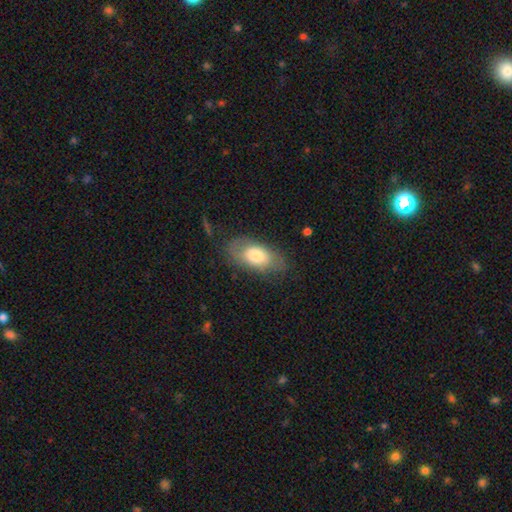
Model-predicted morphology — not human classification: smooth-or-featured: smooth: 69% | featured or disk: 24% | star or artifact: 6%
  how-rounded: in between: 91% | cigar-shaped: 5% | round: 4%
  merging: none: 70% | minor disturbance: 21% | major disturbance: 8% | merger: 2%